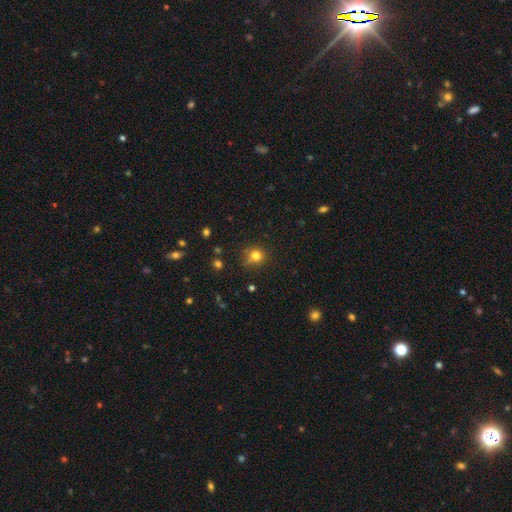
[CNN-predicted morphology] smooth-or-featured: smooth: 78% | star or artifact: 15% | featured or disk: 7%
  how-rounded: round: 87% | in between: 12% | cigar-shaped: 1%
  merging: none: 72% | minor disturbance: 17% | merger: 6% | major disturbance: 5%